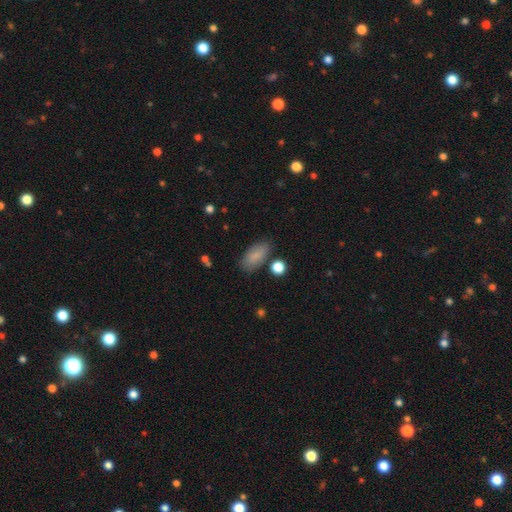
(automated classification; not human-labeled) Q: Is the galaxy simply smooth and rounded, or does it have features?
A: smooth — 85%.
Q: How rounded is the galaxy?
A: in between — 89%.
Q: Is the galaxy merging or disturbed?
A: none — 78%.